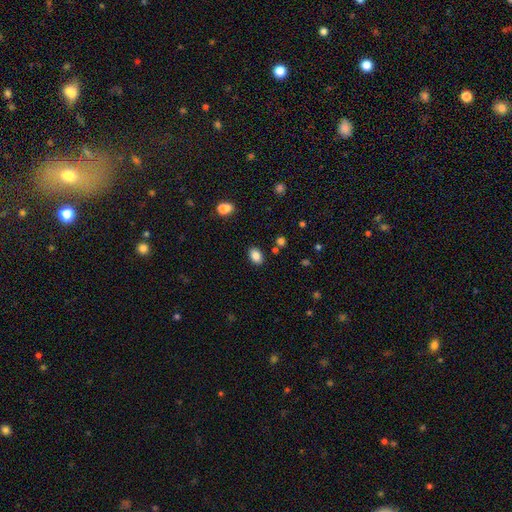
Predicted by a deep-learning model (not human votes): The model was most divided on "how rounded": in between: 82%, round: 17%, cigar-shaped: 1%. More confident: merging — none (86%); smooth or featured — smooth (86%).